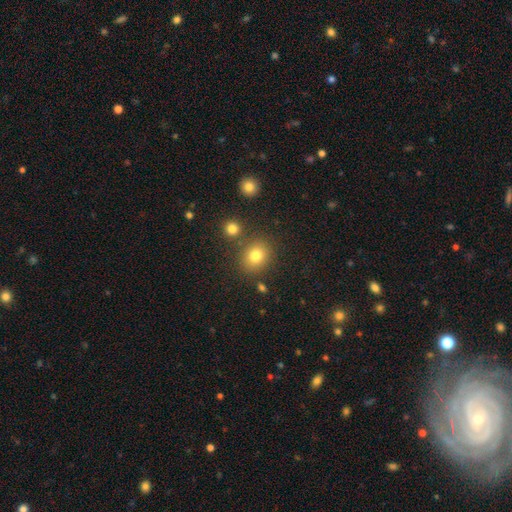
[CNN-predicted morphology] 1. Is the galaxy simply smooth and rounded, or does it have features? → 79% smooth, 13% star or artifact, 8% featured or disk.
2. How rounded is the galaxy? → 67% round, 32% in between, 1% cigar-shaped.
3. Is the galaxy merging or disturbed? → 80% none, 10% minor disturbance, 7% merger, 3% major disturbance.